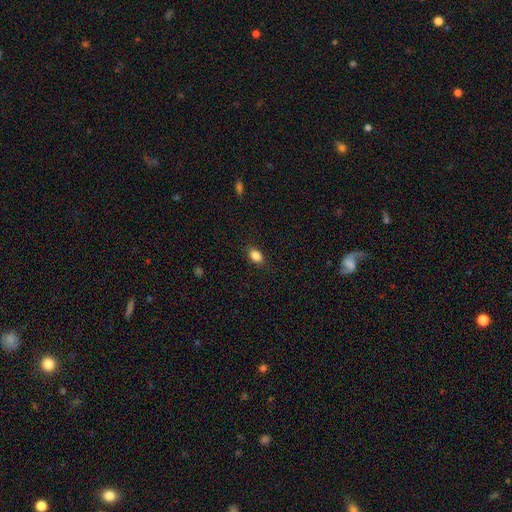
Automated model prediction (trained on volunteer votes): A smooth galaxy with no disk features (85%) that is in between round and cigar-shaped (83%). Merging: none (86%).